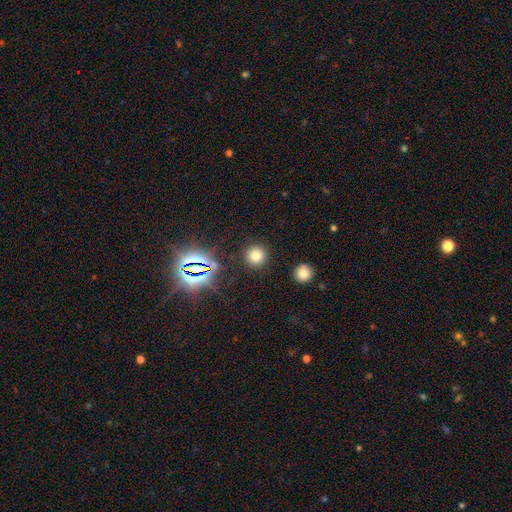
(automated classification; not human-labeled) This is likely a smooth galaxy (74%). How rounded: clearly round (94%). Merging: clearly none (90%).